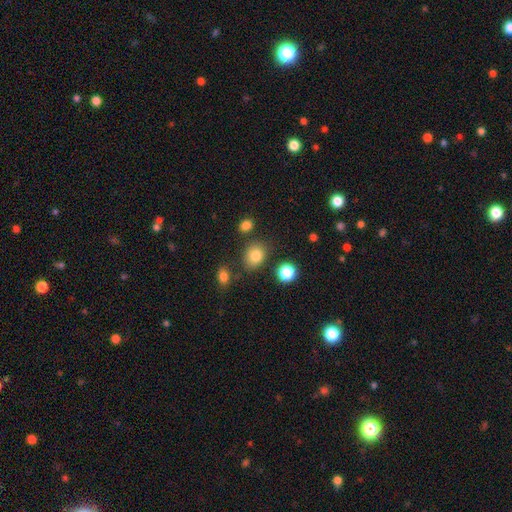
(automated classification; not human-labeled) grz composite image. It shows a smooth galaxy with no disk features (82%) that is round (57%). Merging: none (77%).